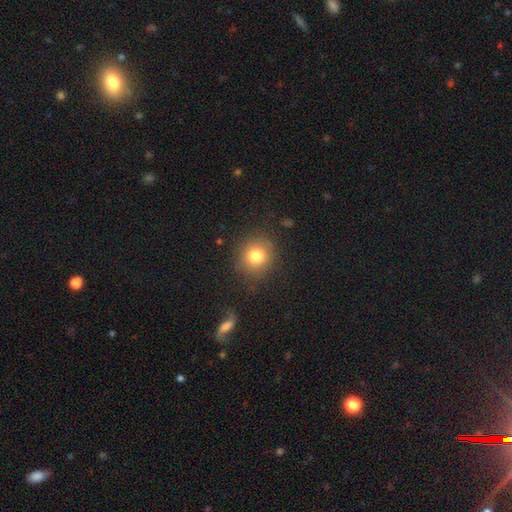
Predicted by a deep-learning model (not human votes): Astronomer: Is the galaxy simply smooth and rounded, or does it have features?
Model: smooth — 79%.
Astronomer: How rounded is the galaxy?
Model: round — 85%.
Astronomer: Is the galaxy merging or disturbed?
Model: none — 83%.